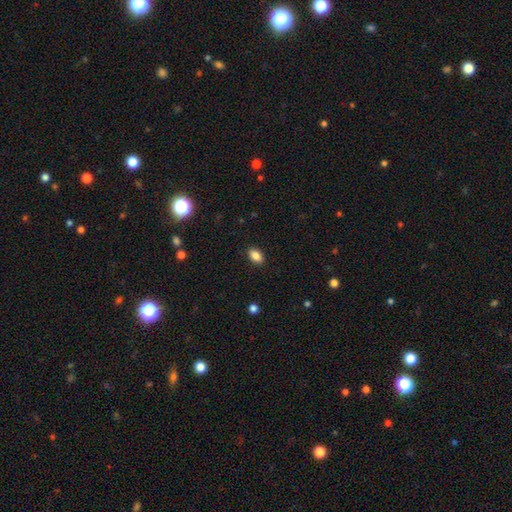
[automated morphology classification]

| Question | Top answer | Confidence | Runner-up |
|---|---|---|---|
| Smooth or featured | smooth | 85% | star or artifact (9%) |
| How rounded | in between | 88% | round (9%) |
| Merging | none | 89% | minor disturbance (8%) |